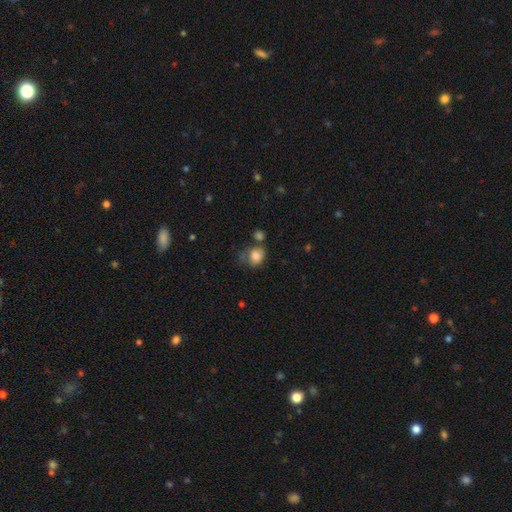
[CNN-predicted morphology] smooth-or-featured: smooth: 80% | featured or disk: 11% | star or artifact: 9%
  how-rounded: round: 58% | in between: 41% | cigar-shaped: 1%
  merging: none: 44% | minor disturbance: 27% | major disturbance: 14% | merger: 14%